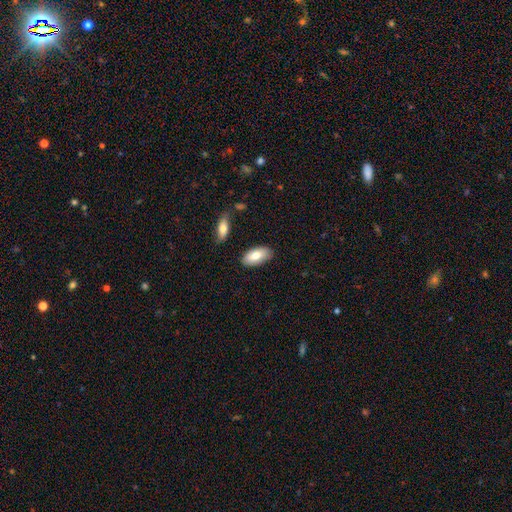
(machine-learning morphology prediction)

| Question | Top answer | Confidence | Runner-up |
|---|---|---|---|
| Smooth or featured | smooth | 76% | featured or disk (18%) |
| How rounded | in between | 93% | cigar-shaped (5%) |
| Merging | none | 83% | minor disturbance (12%) |